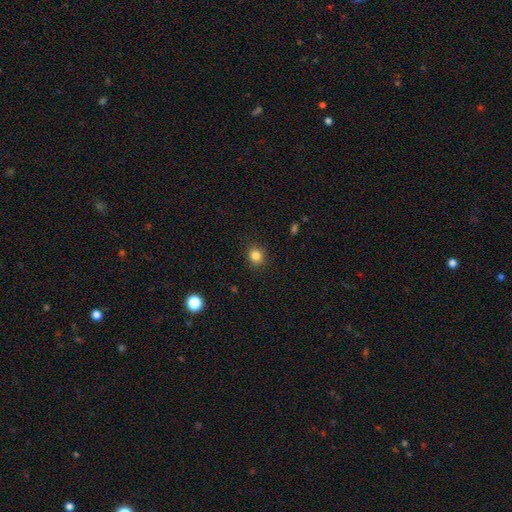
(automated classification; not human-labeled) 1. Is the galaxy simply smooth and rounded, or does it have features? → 84% smooth, 11% star or artifact, 5% featured or disk.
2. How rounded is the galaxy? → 71% round, 28% in between, 1% cigar-shaped.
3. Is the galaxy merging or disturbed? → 87% none, 9% minor disturbance, 3% major disturbance, 1% merger.